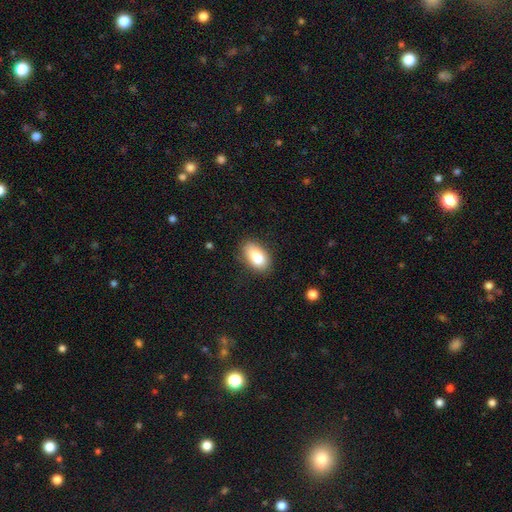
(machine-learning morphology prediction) Smooth or featured?
  - smooth: 82% *
  - featured or disk: 10%
  - star or artifact: 8%
How rounded?
  - in between: 92% *
  - round: 6%
  - cigar-shaped: 2%
Merging?
  - none: 75% *
  - minor disturbance: 18%
  - major disturbance: 4%
  - merger: 3%